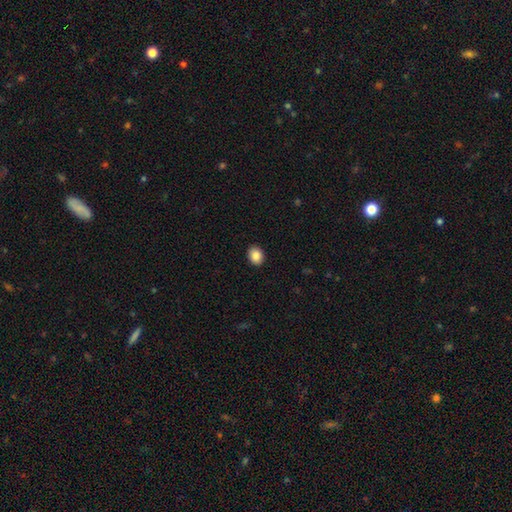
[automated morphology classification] Overall: smooth (87%). How rounded: in between (55%; round 45%). Merging: none (91%).